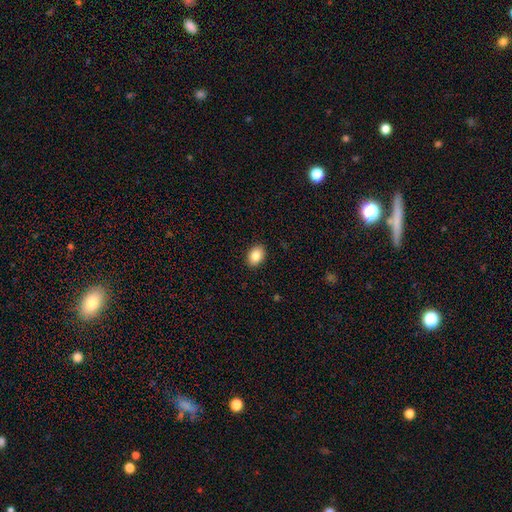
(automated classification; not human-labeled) A smooth galaxy with no disk features (85%) that is in between round and cigar-shaped (77%). Merging: none (90%).